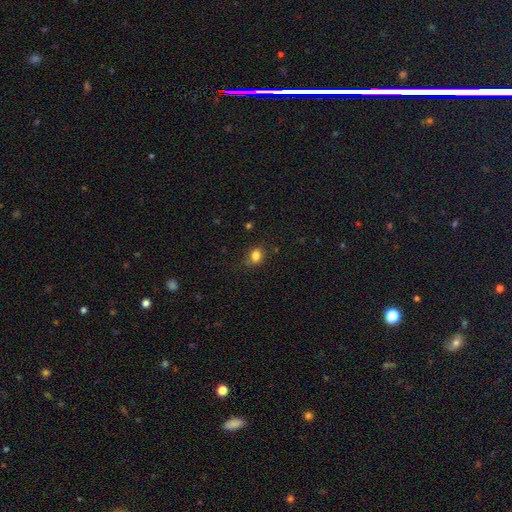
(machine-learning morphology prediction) This is clearly a smooth galaxy (83%). How rounded: possibly round (56%). Merging: likely none (78%).